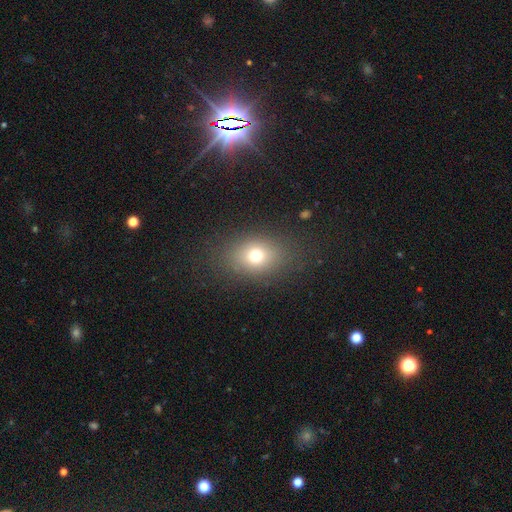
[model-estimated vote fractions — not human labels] Smooth or featured: smooth — 71% (star or artifact — 16%)
How rounded: in between — 57% (round — 42%)
Merging: none — 83% (minor disturbance — 10%)